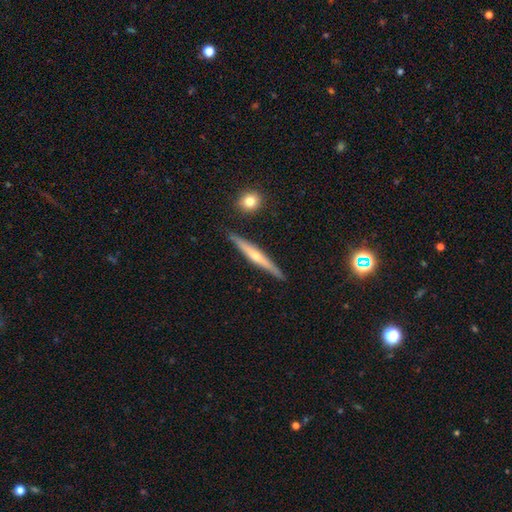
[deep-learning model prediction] A featured or disk galaxy (68%) viewed edge-on (97%) with a rounded central bulge (72%).

Vote fractions:
- Smooth or featured? featured or disk: 68% / smooth: 26% / star or artifact: 6%
- Edge-on disk? yes: 97% / no: 3%
- Edge-on bulge? rounded: 72% / none: 22% / boxy: 6%
- Merging? none: 89% / minor disturbance: 8% / merger: 2% / major disturbance: 2%